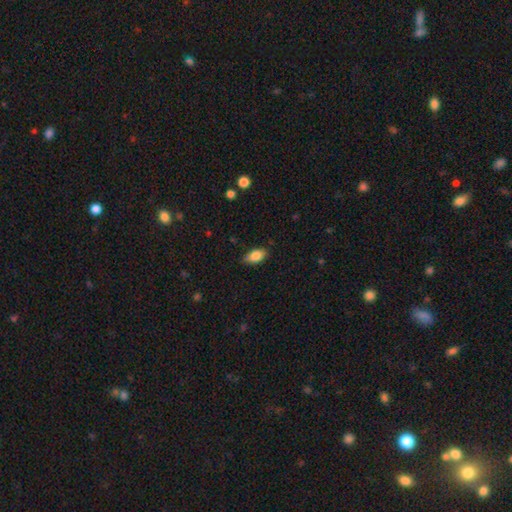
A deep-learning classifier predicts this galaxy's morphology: A smooth galaxy with no disk features (84%) that is in between round and cigar-shaped (90%).

Vote fractions:
- Smooth or featured? smooth: 84% / featured or disk: 9% / star or artifact: 7%
- How rounded? in between: 90% / round: 5% / cigar-shaped: 4%
- Merging? none: 79% / minor disturbance: 17% / major disturbance: 3% / merger: 1%